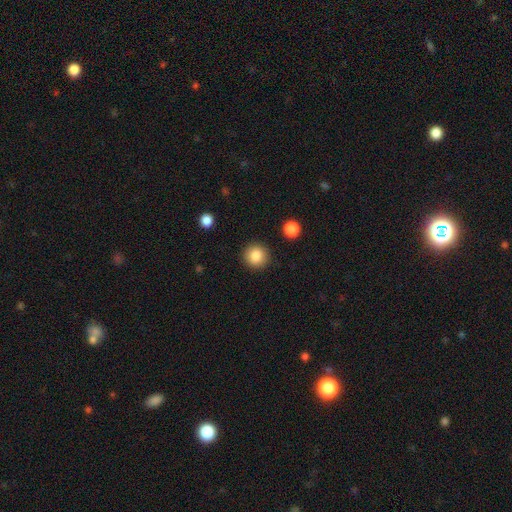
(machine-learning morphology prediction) Q: Smooth or featured?
A: smooth (85%); runner-up: star or artifact (9%)
Q: How rounded?
A: round (94%); runner-up: in between (5%)
Q: Merging?
A: none (91%); runner-up: minor disturbance (6%)